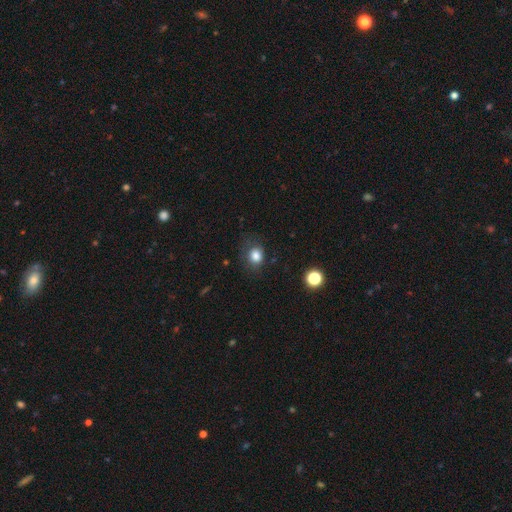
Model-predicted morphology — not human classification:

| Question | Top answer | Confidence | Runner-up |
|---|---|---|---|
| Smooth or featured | smooth | 82% | star or artifact (12%) |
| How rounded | round | 71% | in between (28%) |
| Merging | none | 69% | minor disturbance (20%) |